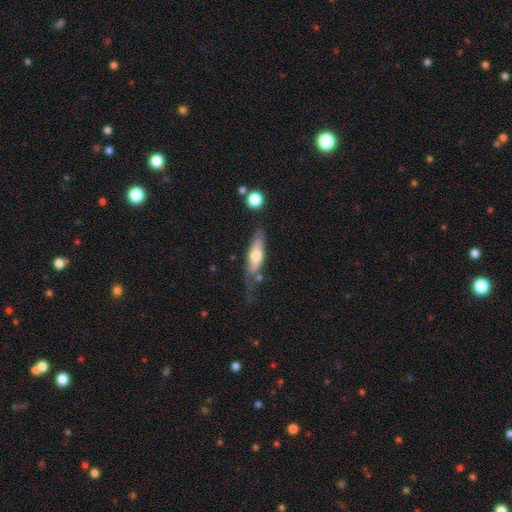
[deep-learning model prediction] Q: Smooth or featured?
A: smooth (56%); runner-up: featured or disk (38%)
Q: How rounded?
A: cigar-shaped (53%); runner-up: in between (45%)
Q: Merging?
A: none (47%); runner-up: minor disturbance (28%)